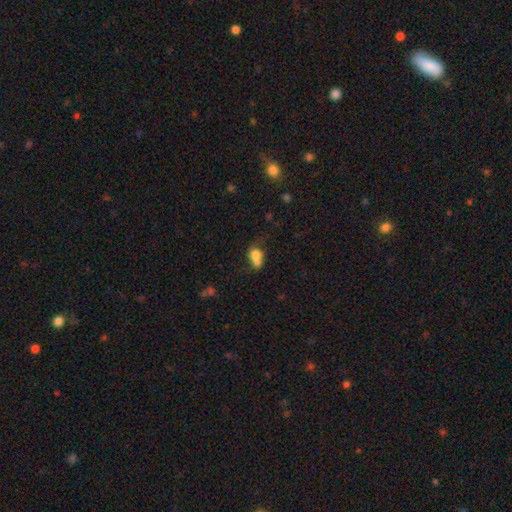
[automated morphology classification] The model was most divided on "how rounded": round: 51%, in between: 47%, cigar-shaped: 2%. More confident: smooth or featured — smooth (72%); merging — merger (55%).